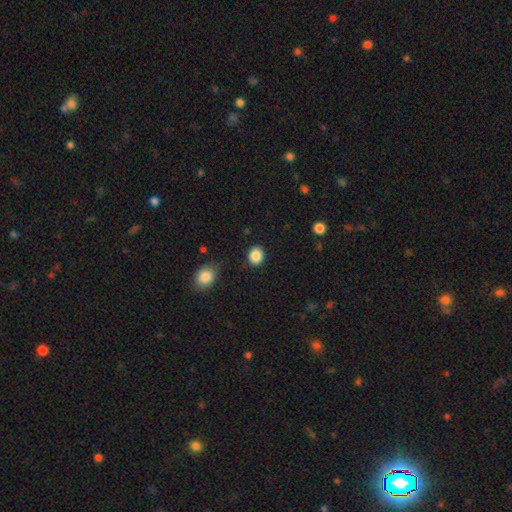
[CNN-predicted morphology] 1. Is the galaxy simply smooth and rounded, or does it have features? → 88% smooth, 9% star or artifact, 3% featured or disk.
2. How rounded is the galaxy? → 64% round, 35% in between, 1% cigar-shaped.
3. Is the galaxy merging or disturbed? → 87% none, 8% minor disturbance, 3% major disturbance, 2% merger.